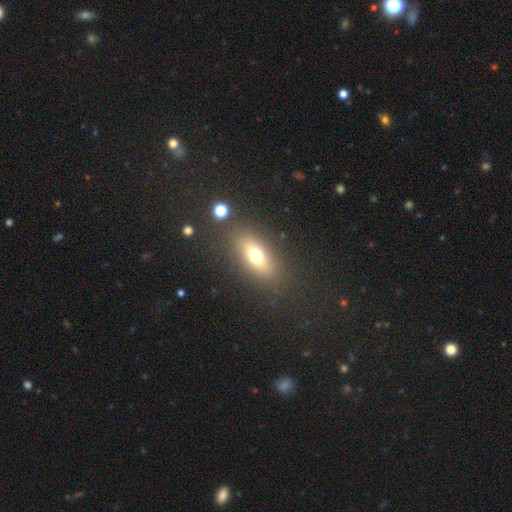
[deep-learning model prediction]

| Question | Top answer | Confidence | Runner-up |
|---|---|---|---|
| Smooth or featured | smooth | 65% | featured or disk (22%) |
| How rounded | in between | 74% | cigar-shaped (17%) |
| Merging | none | 83% | minor disturbance (10%) |